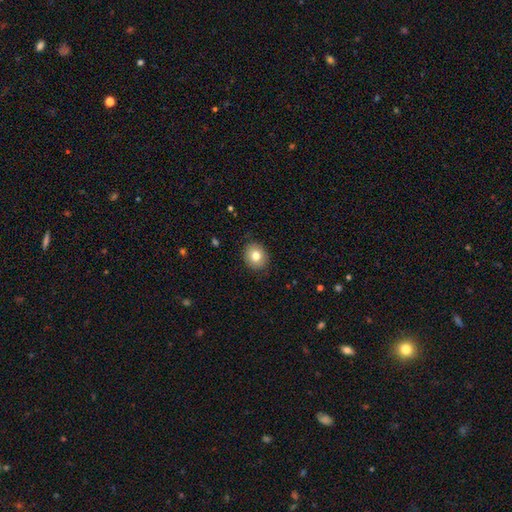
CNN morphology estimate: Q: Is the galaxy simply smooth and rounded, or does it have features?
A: smooth — 79%.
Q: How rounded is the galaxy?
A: round — 75%.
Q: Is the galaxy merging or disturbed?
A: none — 89%.